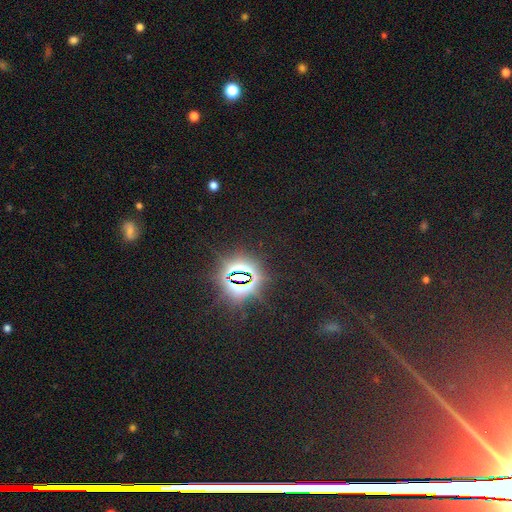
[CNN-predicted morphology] Smooth or featured? Predicted: star or artifact (p=0.76).